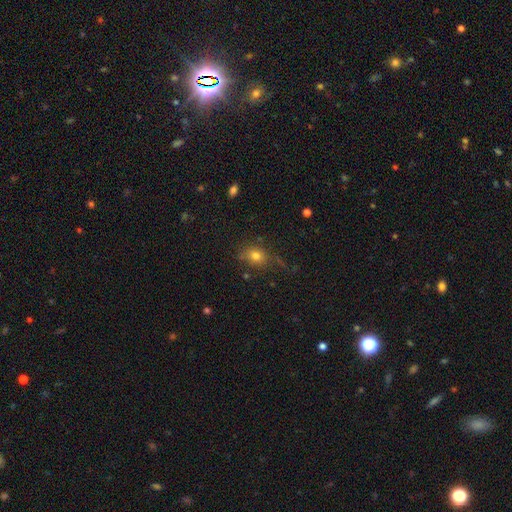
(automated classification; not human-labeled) Smooth or featured: smooth — 75% (star or artifact — 15%)
How rounded: round — 58% (in between — 40%)
Merging: none — 70% (minor disturbance — 18%)